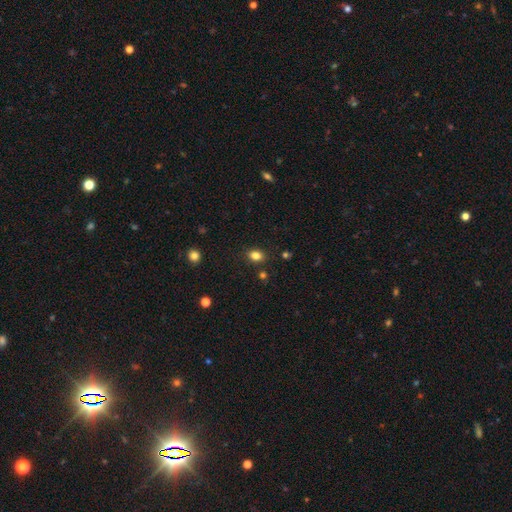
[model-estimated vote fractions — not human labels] The model was most divided on "how rounded": in between: 65%, round: 33%, cigar-shaped: 1%. More confident: merging — none (85%); smooth or featured — smooth (82%).